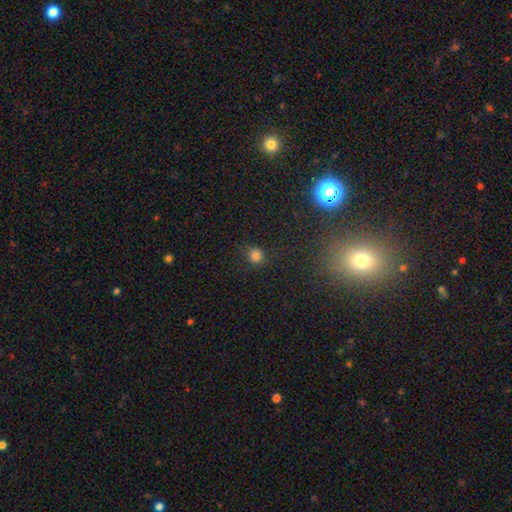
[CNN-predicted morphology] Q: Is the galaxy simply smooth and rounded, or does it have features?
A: smooth — 79%.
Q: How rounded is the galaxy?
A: round — 90%.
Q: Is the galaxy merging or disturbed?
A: none — 82%.